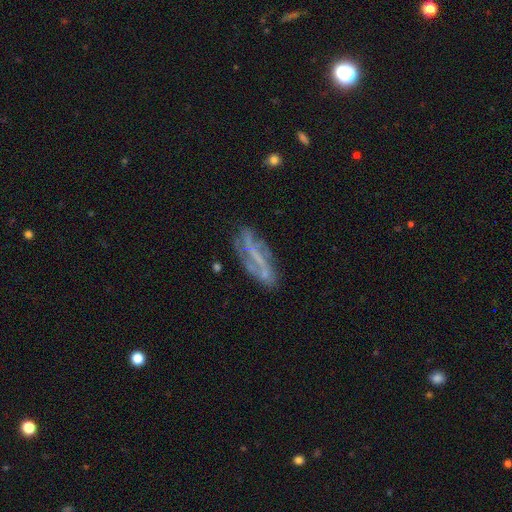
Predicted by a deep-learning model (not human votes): Morphology: type=featured or disk (68%); edge-on=no (79%); bar=strong (40%); spiral arms=yes (66%); bulge=none (65%); merging=none (60%).